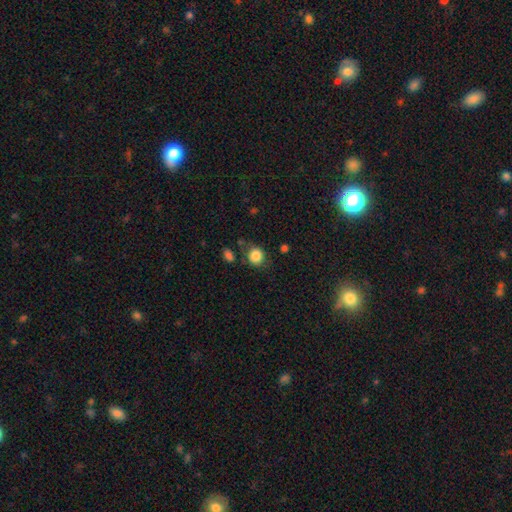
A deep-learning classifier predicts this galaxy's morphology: A smooth galaxy with no disk features (85%) that is round (81%). Merging: none (72%).